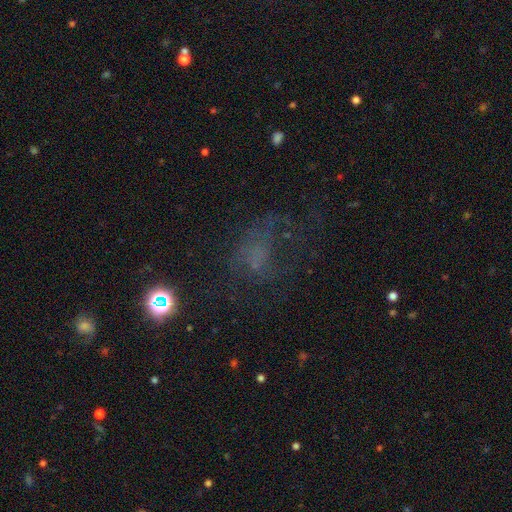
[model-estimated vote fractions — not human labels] Overall: smooth (35%; featured or disk 33%). Merging: none (41%; major disturbance 40%).